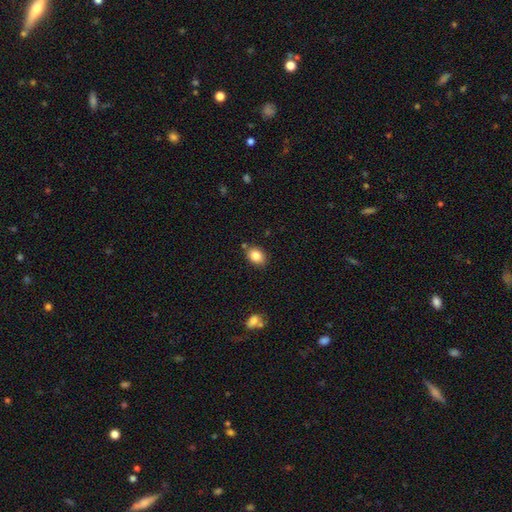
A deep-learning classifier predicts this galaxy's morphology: This is clearly a smooth galaxy (84%). How rounded: likely in between (71%). Merging: likely none (79%).